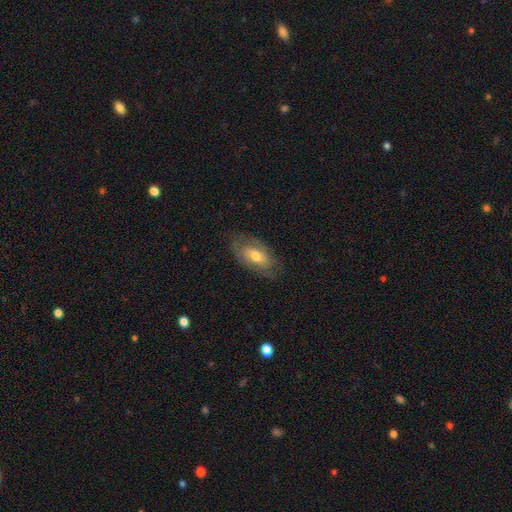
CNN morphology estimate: type=featured or disk (53%); edge-on=no (87%); merging=none (74%).